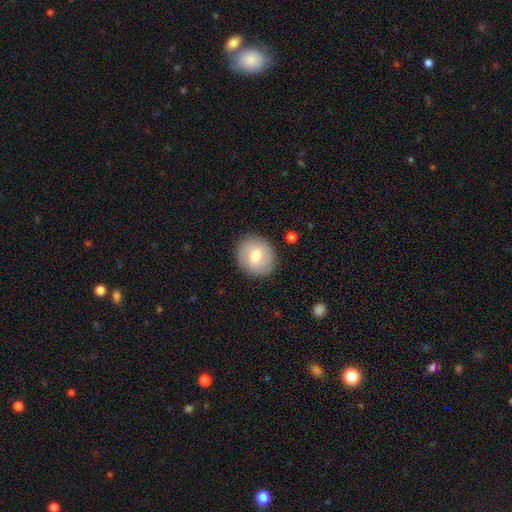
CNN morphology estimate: smooth_or_featured: smooth (p=0.65) [alt: featured or disk p=0.27]
how_rounded: round (p=0.79) [alt: in between p=0.20]
merging: none (p=0.87) [alt: minor disturbance p=0.09]